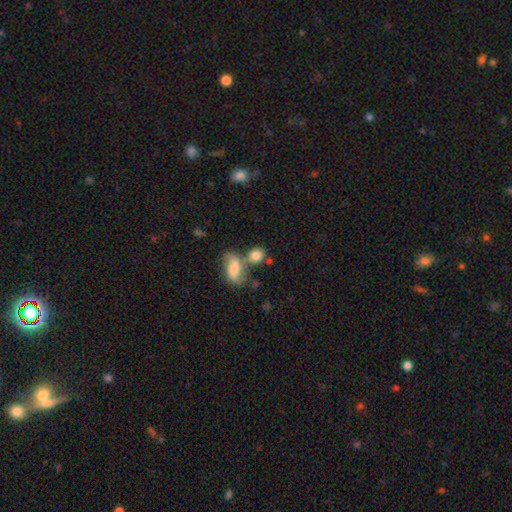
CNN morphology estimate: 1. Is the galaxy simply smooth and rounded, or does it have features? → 77% smooth, 15% featured or disk, 8% star or artifact.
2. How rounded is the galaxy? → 56% round, 42% in between, 3% cigar-shaped.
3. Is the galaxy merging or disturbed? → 44% none, 38% merger, 12% minor disturbance, 6% major disturbance.